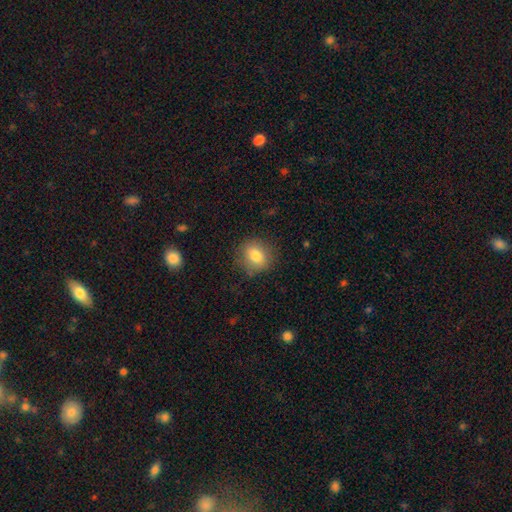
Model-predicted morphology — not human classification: A smooth galaxy with no disk features (80%) that is round (71%).

Vote fractions:
- Smooth or featured? smooth: 80% / featured or disk: 10% / star or artifact: 10%
- How rounded? round: 71% / in between: 28% / cigar-shaped: 1%
- Merging? none: 82% / minor disturbance: 13% / major disturbance: 4% / merger: 1%